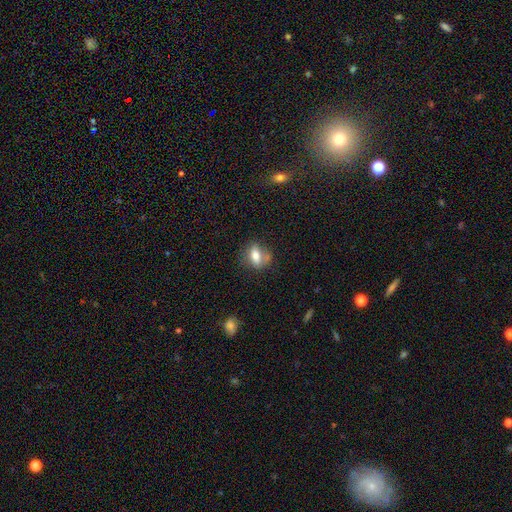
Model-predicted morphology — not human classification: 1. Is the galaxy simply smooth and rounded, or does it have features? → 67% smooth, 23% featured or disk, 10% star or artifact.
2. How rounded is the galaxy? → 68% in between, 22% round, 10% cigar-shaped.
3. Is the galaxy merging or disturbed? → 55% none, 23% minor disturbance, 13% merger, 9% major disturbance.